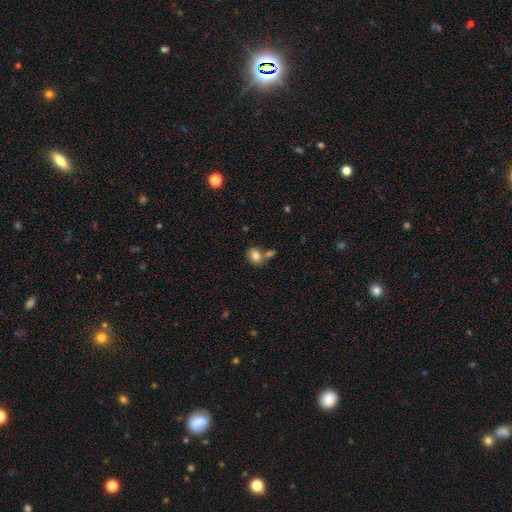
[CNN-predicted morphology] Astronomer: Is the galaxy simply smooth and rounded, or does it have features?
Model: smooth — 81%.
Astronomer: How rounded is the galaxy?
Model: in between — 59% (runner-up: round, 40%).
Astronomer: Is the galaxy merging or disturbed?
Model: none — 56%.